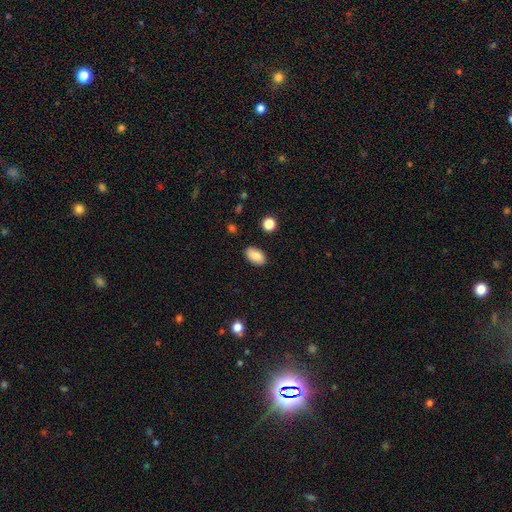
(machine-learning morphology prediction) Q: Smooth or featured?
A: smooth (85%); runner-up: star or artifact (8%)
Q: How rounded?
A: in between (92%); runner-up: round (6%)
Q: Merging?
A: none (87%); runner-up: minor disturbance (9%)